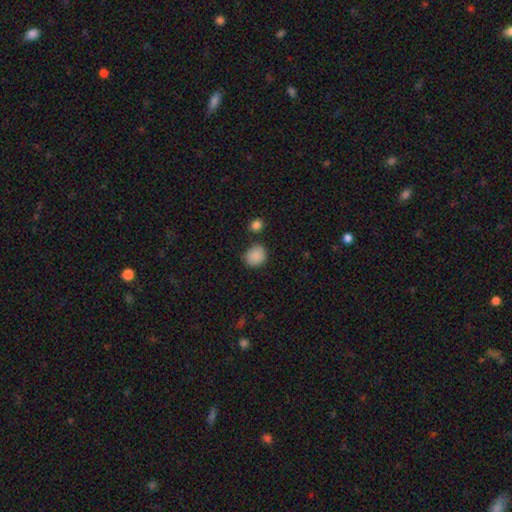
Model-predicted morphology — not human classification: smooth 88%, star or artifact 9%, featured or disk 4%. Down the decision tree: how rounded — round (75%); merging — none (77%).